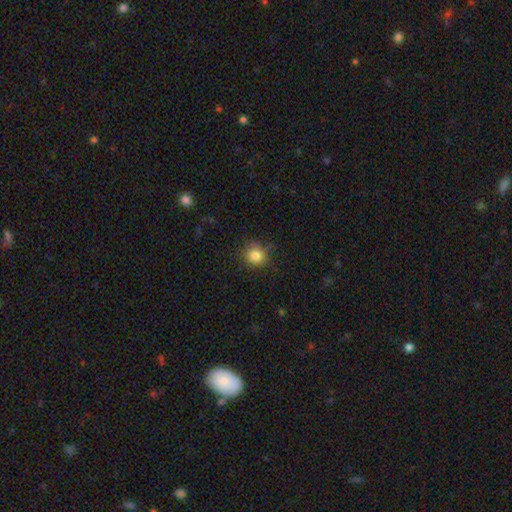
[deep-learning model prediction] The model was most divided on "merging": none: 79%, minor disturbance: 16%, major disturbance: 4%, merger: 1%. More confident: how rounded — round (86%); smooth or featured — smooth (83%).